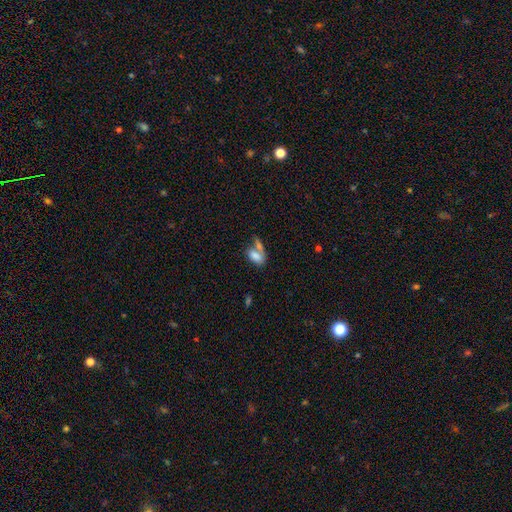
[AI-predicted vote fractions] Q: Smooth or featured?
A: smooth (79%); runner-up: featured or disk (13%)
Q: How rounded?
A: in between (89%); runner-up: round (6%)
Q: Merging?
A: merger (49%); runner-up: none (30%)